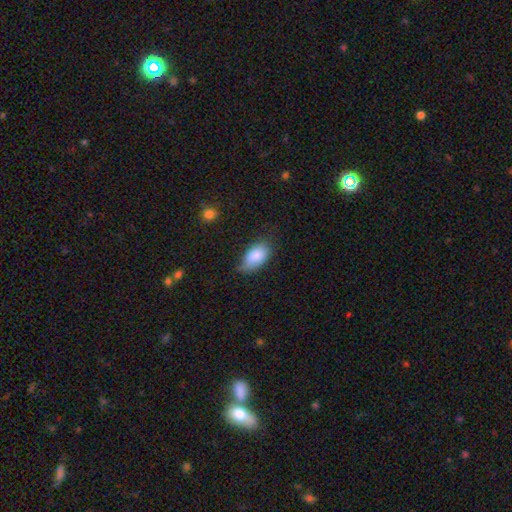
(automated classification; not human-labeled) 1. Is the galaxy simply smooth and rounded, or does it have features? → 85% smooth, 8% featured or disk, 7% star or artifact.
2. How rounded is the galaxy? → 94% in between, 4% round, 2% cigar-shaped.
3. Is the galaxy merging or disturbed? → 57% none, 33% minor disturbance, 8% major disturbance, 2% merger.